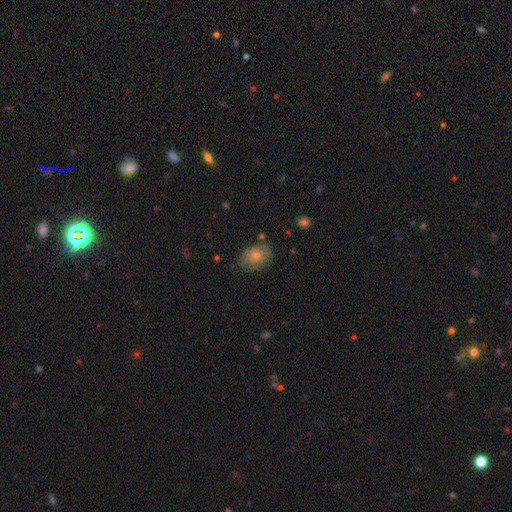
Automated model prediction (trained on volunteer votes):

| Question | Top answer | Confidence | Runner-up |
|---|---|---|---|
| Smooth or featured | smooth | 68% | featured or disk (24%) |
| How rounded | in between | 62% | round (36%) |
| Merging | none | 68% | minor disturbance (22%) |